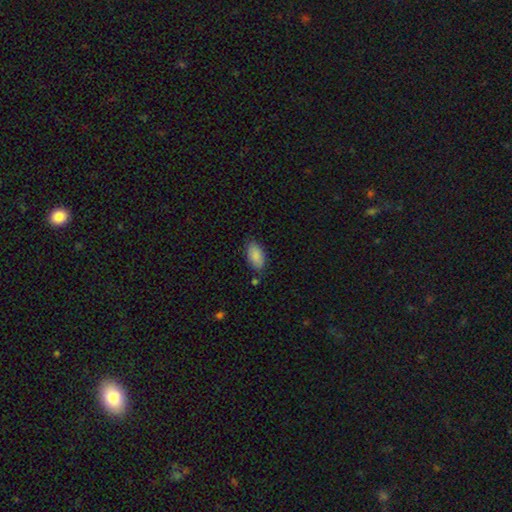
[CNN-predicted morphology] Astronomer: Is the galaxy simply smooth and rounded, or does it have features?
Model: smooth — 88%.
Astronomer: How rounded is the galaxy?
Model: in between — 93%.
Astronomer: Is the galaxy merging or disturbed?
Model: none — 77%.